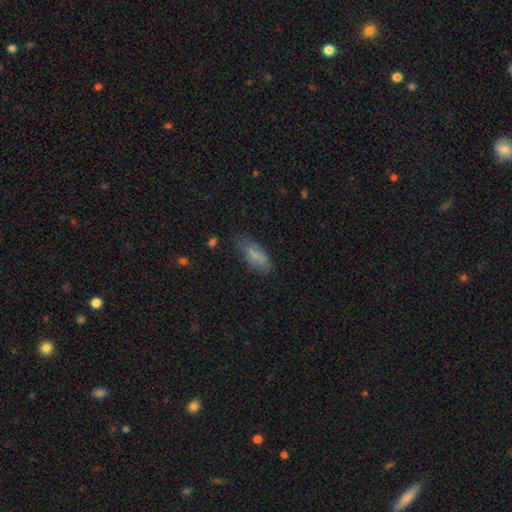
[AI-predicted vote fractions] Overall: smooth (80%). How rounded: in between (74%). Merging: none (64%; minor disturbance 26%).